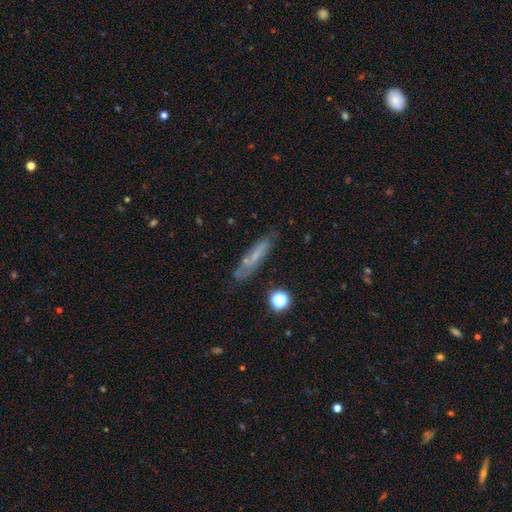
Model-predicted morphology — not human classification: Smooth or featured?
  - smooth: 53% *
  - featured or disk: 36%
  - star or artifact: 11%
How rounded?
  - cigar-shaped: 80% *
  - in between: 17%
  - round: 3%
Merging?
  - none: 72% *
  - minor disturbance: 18%
  - major disturbance: 6%
  - merger: 4%